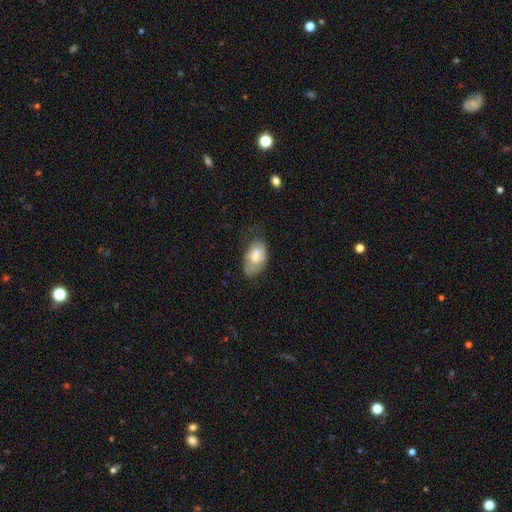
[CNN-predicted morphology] The model was most divided on "merging": none: 49%, minor disturbance: 33%, major disturbance: 15%, merger: 3%. More confident: how rounded — in between (91%); smooth or featured — smooth (62%).